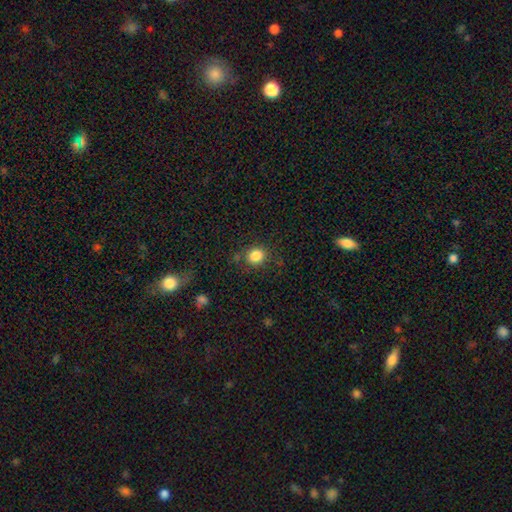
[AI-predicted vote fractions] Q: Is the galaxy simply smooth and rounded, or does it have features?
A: smooth — 84%.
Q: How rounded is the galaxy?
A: round — 80%.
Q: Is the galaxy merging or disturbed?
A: none — 81%.